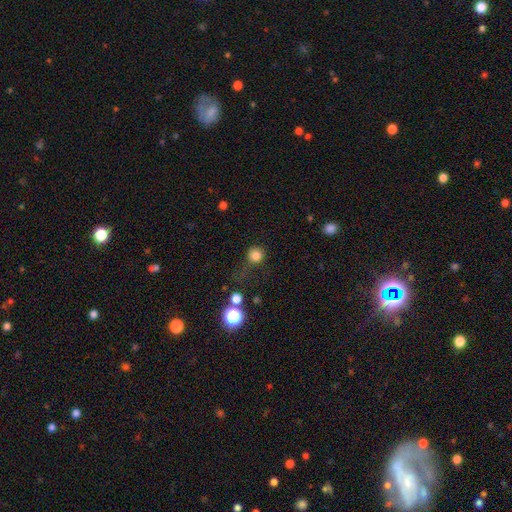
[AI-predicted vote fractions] Smooth or featured?
  - smooth: 79% *
  - star or artifact: 15%
  - featured or disk: 6%
How rounded?
  - round: 92% *
  - in between: 7%
  - cigar-shaped: 1%
Merging?
  - none: 66% *
  - minor disturbance: 17%
  - major disturbance: 11%
  - merger: 6%